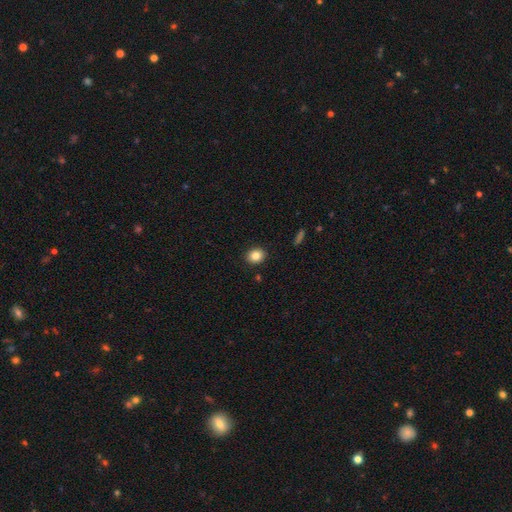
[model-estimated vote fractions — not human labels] Morphology: type=smooth (84%); roundness=round (62%); merging=none (90%).